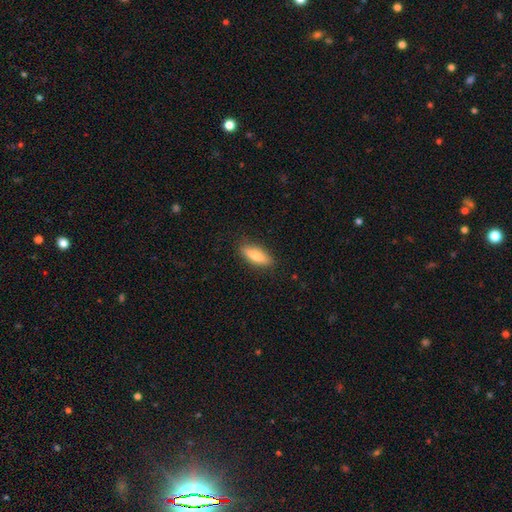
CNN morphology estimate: smooth_or_featured: smooth (p=0.74) [alt: featured or disk p=0.20]
how_rounded: in between (p=0.60) [alt: cigar-shaped p=0.38]
merging: none (p=0.86) [alt: minor disturbance p=0.10]